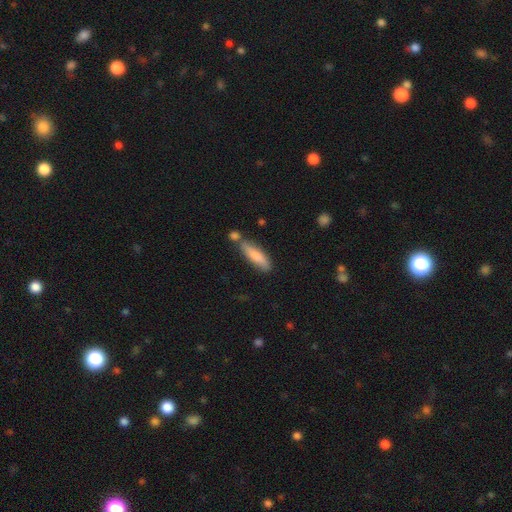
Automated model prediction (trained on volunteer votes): smooth 77%, featured or disk 17%, star or artifact 6%. Down the decision tree: how rounded — cigar-shaped (65%); merging — none (63%).